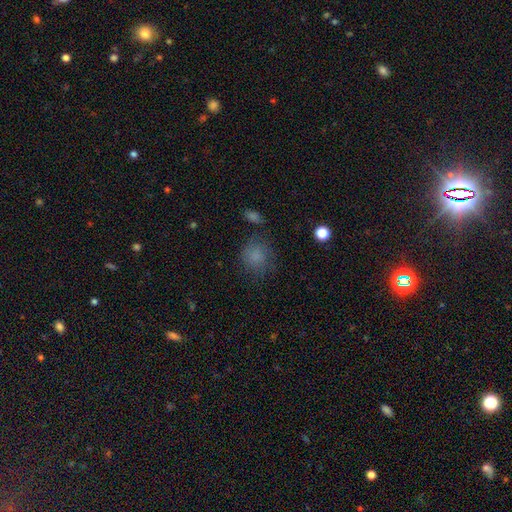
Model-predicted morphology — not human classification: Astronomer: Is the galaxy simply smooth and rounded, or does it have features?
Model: smooth — 77%.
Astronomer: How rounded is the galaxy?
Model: round — 79%.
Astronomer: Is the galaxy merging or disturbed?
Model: none — 67%.